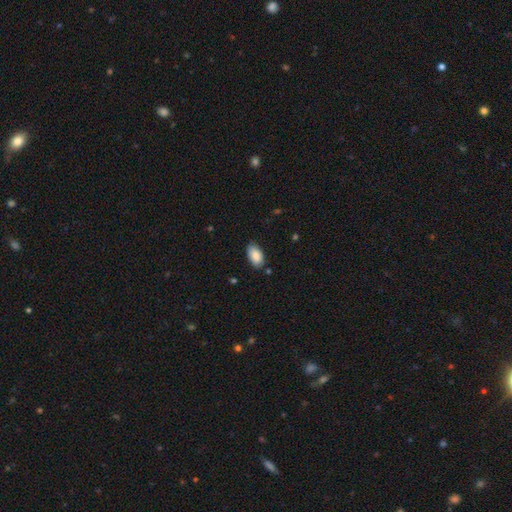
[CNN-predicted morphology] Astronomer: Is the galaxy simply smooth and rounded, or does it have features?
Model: smooth — 87%.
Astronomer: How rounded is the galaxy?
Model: in between — 95%.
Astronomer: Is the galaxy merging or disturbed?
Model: none — 81%.